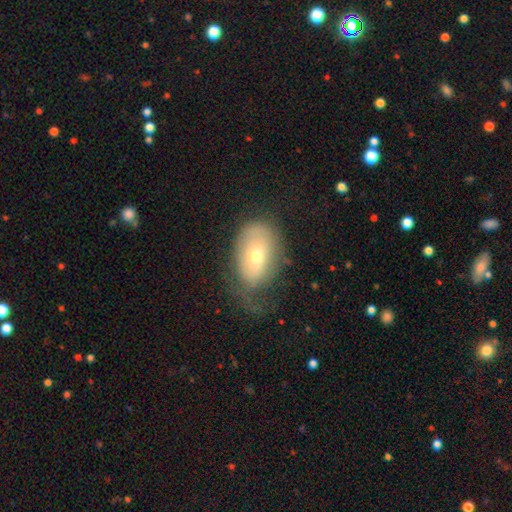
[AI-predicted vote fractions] Morphology: type=smooth (57%); roundness=in between (84%); merging=none (40%).